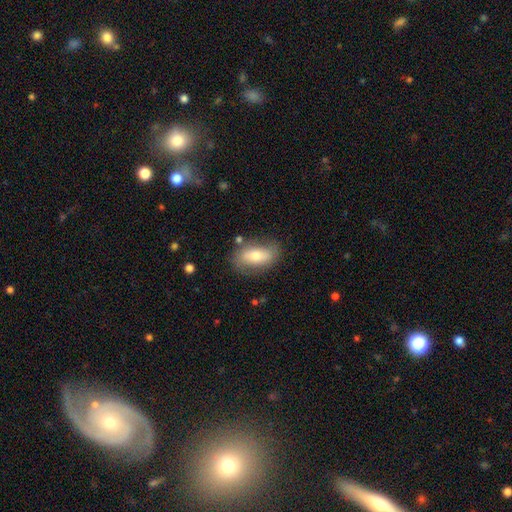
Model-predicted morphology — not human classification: The model was most divided on "smooth or featured": smooth: 61%, featured or disk: 32%, star or artifact: 7%. More confident: how rounded — in between (86%); merging — none (76%).